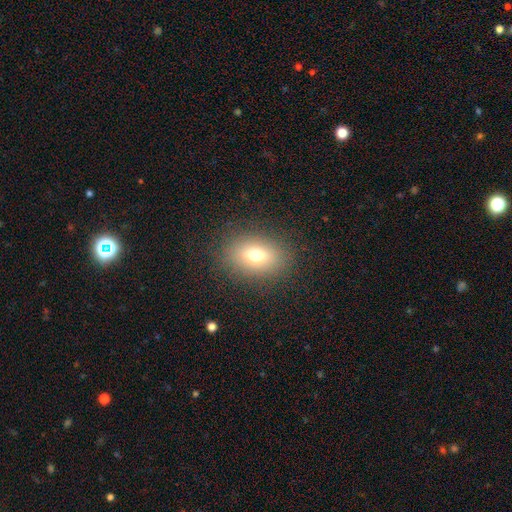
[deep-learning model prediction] smooth_or_featured: smooth (p=0.74) [alt: featured or disk p=0.13]
how_rounded: in between (p=0.72) [alt: round p=0.26]
merging: none (p=0.86) [alt: minor disturbance p=0.09]